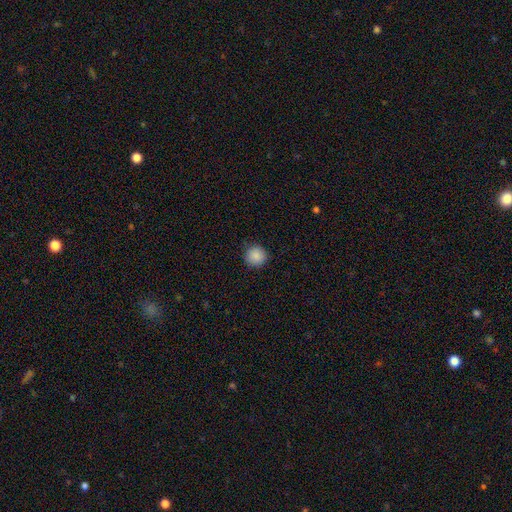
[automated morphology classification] A smooth galaxy with no disk features (88%) that is round (94%).

Vote fractions:
- Smooth or featured? smooth: 88% / star or artifact: 9% / featured or disk: 4%
- How rounded? round: 94% / in between: 5% / cigar-shaped: 1%
- Merging? none: 89% / minor disturbance: 8% / major disturbance: 2% / merger: 1%